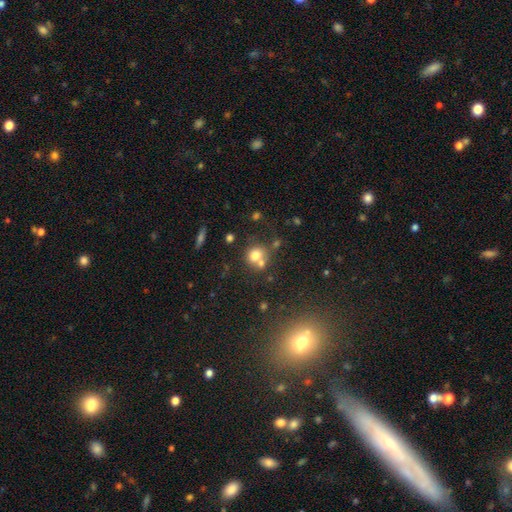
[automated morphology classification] smooth 73%, featured or disk 14%, star or artifact 14%. Down the decision tree: how rounded — round (80%); merging — none (46%).